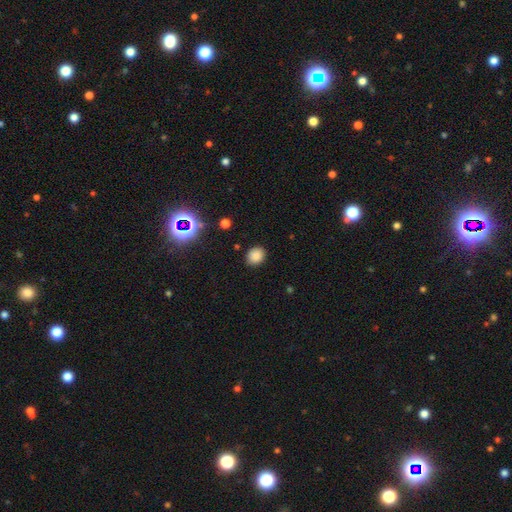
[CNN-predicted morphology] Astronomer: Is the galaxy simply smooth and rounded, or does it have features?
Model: smooth — 82%.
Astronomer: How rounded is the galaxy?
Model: round — 55% (runner-up: in between, 44%).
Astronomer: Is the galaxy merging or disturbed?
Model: none — 86%.